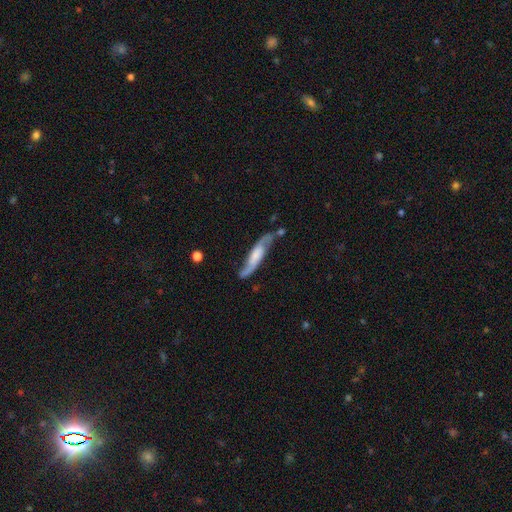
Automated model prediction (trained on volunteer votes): featured or disk 72%, smooth 23%, star or artifact 5%. Down the decision tree: edge-on disk — no (73%); bar — no (49%); spiral arms — yes (93%); bulge size — moderate (30%); merging — none (66%).